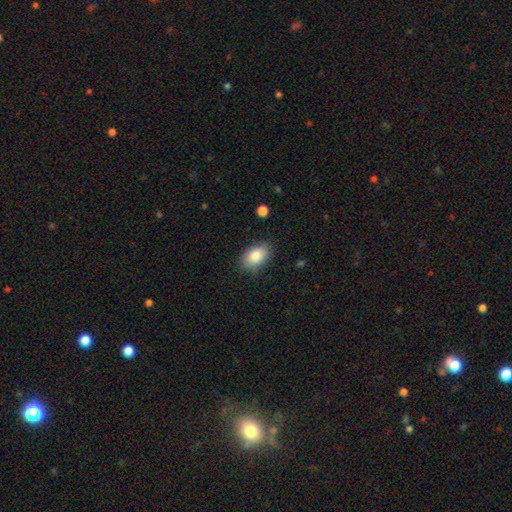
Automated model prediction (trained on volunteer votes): Morphology: type=smooth (84%); roundness=in between (91%); merging=none (81%).